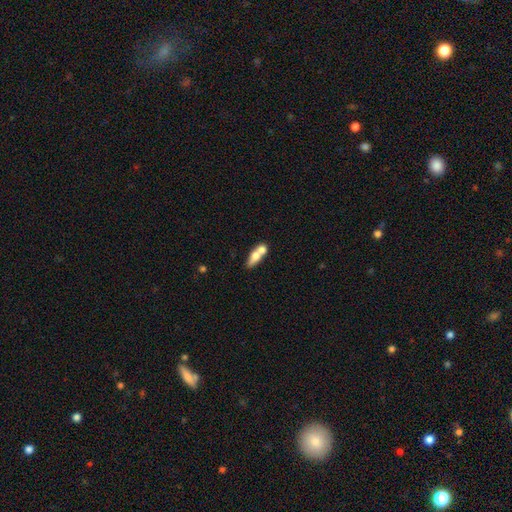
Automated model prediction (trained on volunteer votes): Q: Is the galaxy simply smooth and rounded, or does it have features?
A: smooth — 63%.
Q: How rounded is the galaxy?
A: in between — 57%.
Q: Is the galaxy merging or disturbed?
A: merger — 54%.